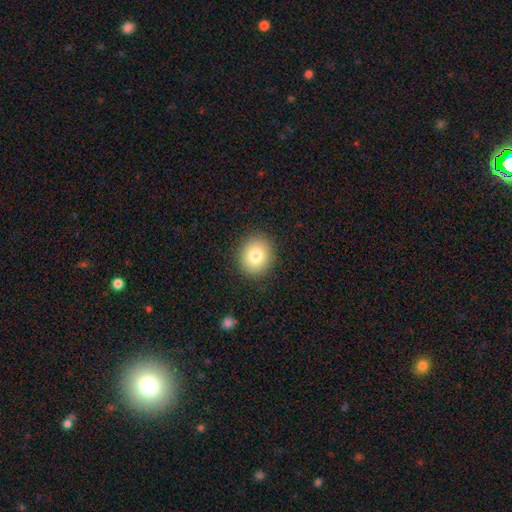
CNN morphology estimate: Smooth or featured? Predicted: smooth (p=0.79). How rounded? Predicted: round (p=0.74). Merging? Predicted: none (p=0.89).